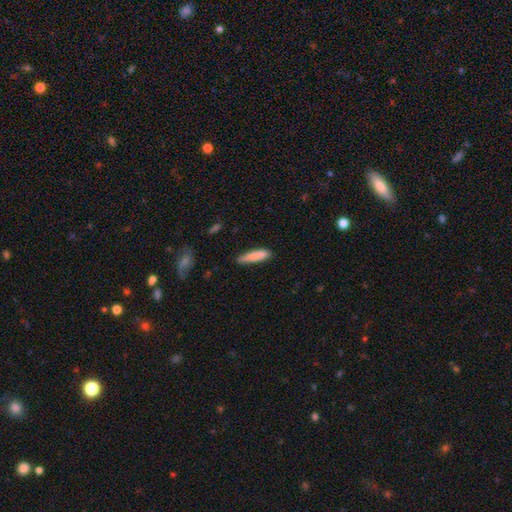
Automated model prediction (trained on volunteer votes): Smooth or featured? smooth (84%)
How rounded? cigar-shaped (77%)
Merging? none (77%)